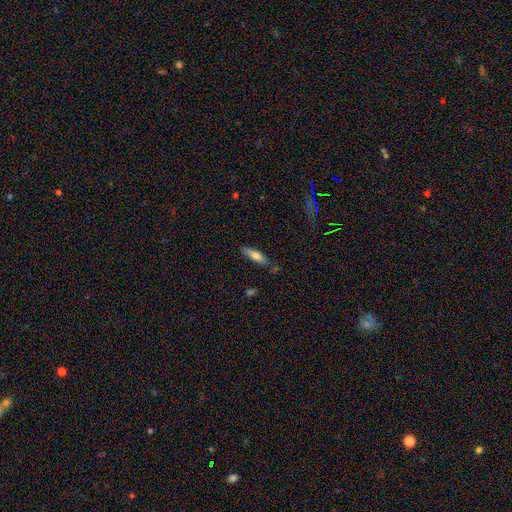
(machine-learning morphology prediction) A smooth galaxy with no disk features (70%) that is cigar-shaped (63%). Merging: none (77%).